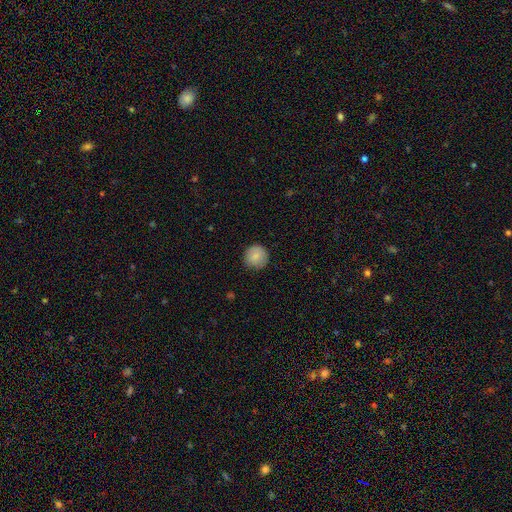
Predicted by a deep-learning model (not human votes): A smooth galaxy with no disk features (85%) that is round (94%).

Vote fractions:
- Smooth or featured? smooth: 85% / star or artifact: 8% / featured or disk: 7%
- How rounded? round: 94% / in between: 5% / cigar-shaped: 1%
- Merging? none: 86% / minor disturbance: 10% / major disturbance: 2% / merger: 1%